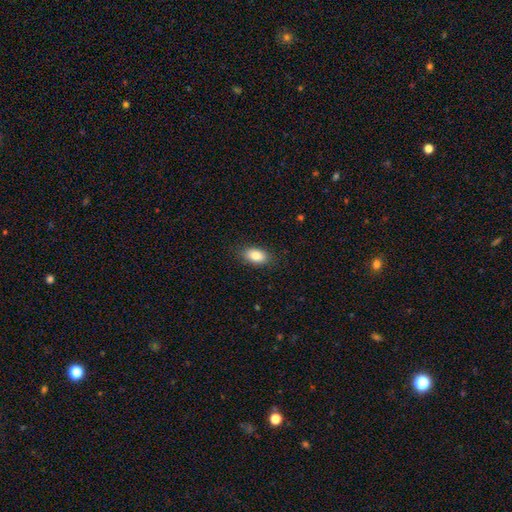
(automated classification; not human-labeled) Morphology: type=smooth (84%); roundness=in between (90%); merging=none (87%).